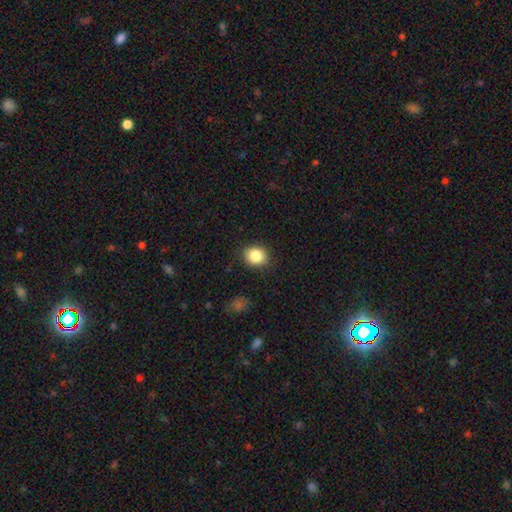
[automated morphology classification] The model was most divided on "how rounded": round: 60%, in between: 39%, cigar-shaped: 1%. More confident: merging — none (86%); smooth or featured — smooth (84%).